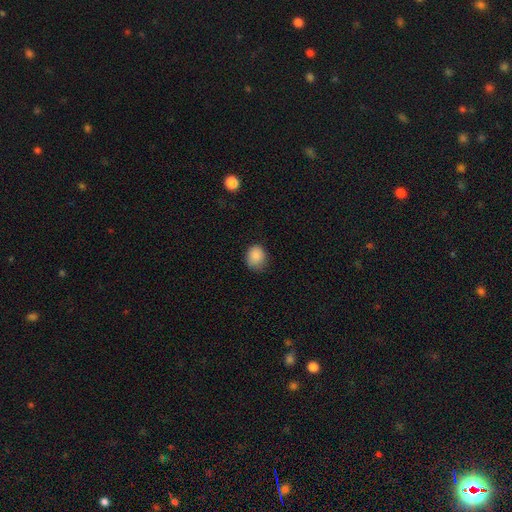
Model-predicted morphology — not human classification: smooth_or_featured: smooth (p=0.86) [alt: star or artifact p=0.09]
how_rounded: round (p=0.69) [alt: in between p=0.30]
merging: none (p=0.70) [alt: minor disturbance p=0.24]